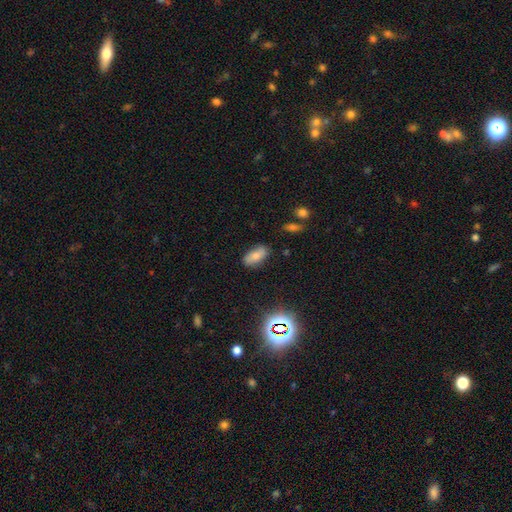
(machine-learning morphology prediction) A smooth galaxy with no disk features (68%) that is in between round and cigar-shaped (88%). Merging: none (80%).